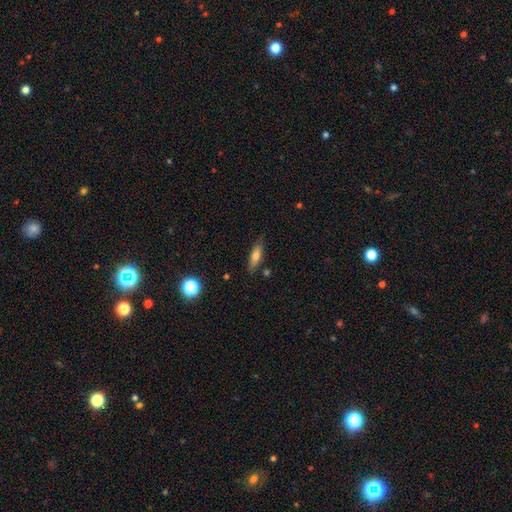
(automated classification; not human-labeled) smooth 67%, featured or disk 25%, star or artifact 9%. Down the decision tree: how rounded — cigar-shaped (54%); merging — none (81%).